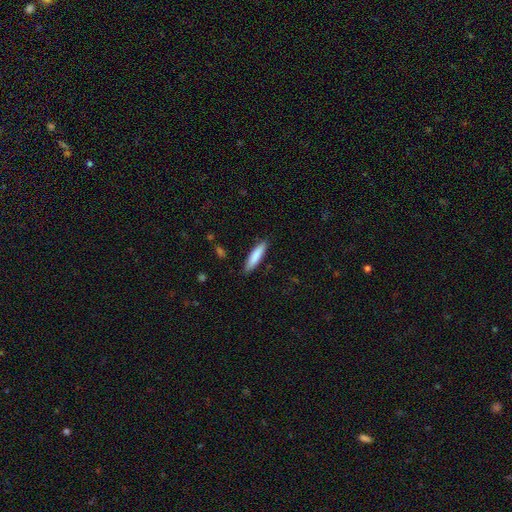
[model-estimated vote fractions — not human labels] Smooth or featured? Predicted: smooth (p=0.84). How rounded? Predicted: cigar-shaped (p=0.79). Merging? Predicted: none (p=0.88).